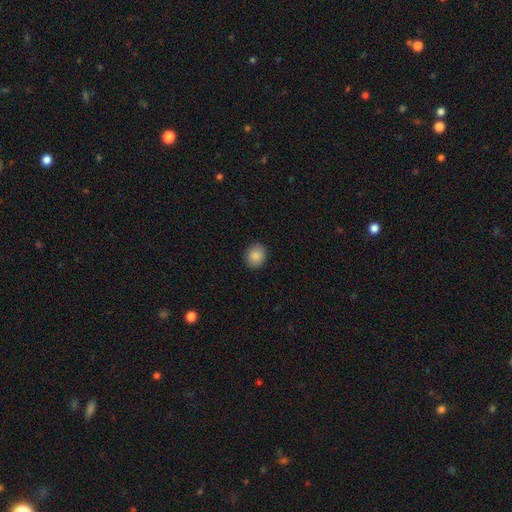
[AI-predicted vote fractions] Overall: smooth (87%). How rounded: round (67%; in between 32%). Merging: none (90%).